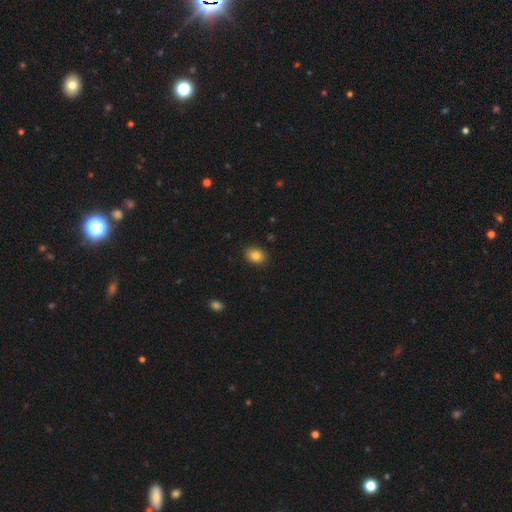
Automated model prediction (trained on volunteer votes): smooth 84%, star or artifact 9%, featured or disk 7%. Down the decision tree: how rounded — in between (60%); merging — none (89%).